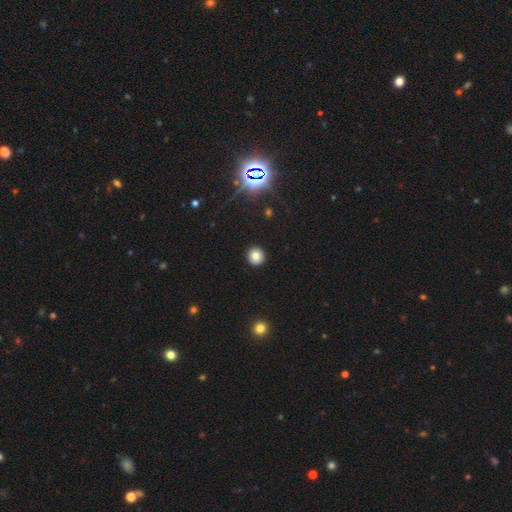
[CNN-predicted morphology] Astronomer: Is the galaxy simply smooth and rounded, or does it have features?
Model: smooth — 78%.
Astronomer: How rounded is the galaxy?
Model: round — 93%.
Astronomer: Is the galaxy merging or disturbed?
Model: none — 93%.